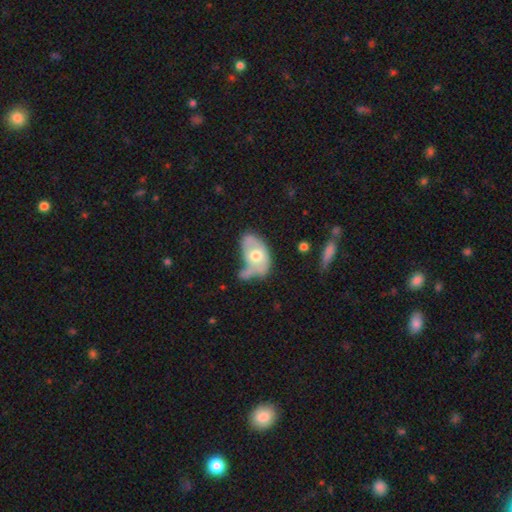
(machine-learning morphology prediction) A smooth galaxy with no disk features (50%) that is in between round and cigar-shaped (89%).

Vote fractions:
- Smooth or featured? smooth: 50% / featured or disk: 44% / star or artifact: 6%
- How rounded? in between: 89% / round: 9% / cigar-shaped: 2%
- Merging? merger: 29% / major disturbance: 25% / minor disturbance: 25% / none: 21%